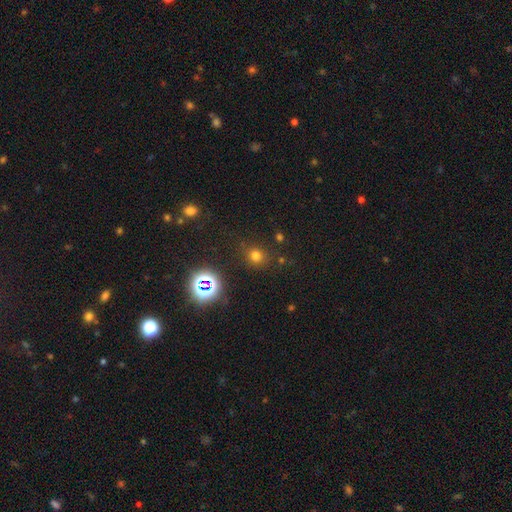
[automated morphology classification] This appears to be a smooth galaxy with no disk features (68%) that is round (82%). Merging: none (82%).